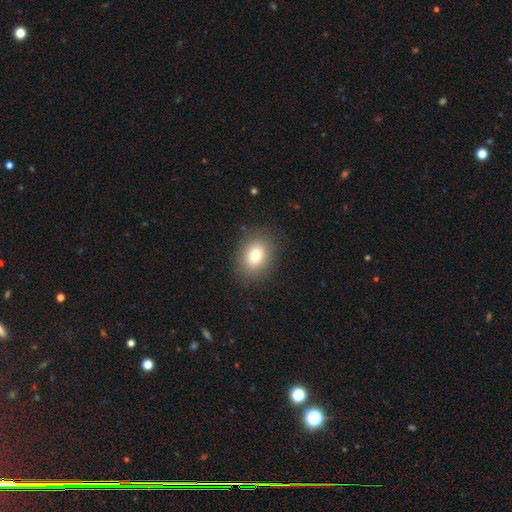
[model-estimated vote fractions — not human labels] Smooth or featured?
  - smooth: 78% *
  - featured or disk: 11%
  - star or artifact: 11%
How rounded?
  - in between: 63% *
  - round: 36%
  - cigar-shaped: 1%
Merging?
  - none: 87% *
  - minor disturbance: 9%
  - major disturbance: 3%
  - merger: 1%